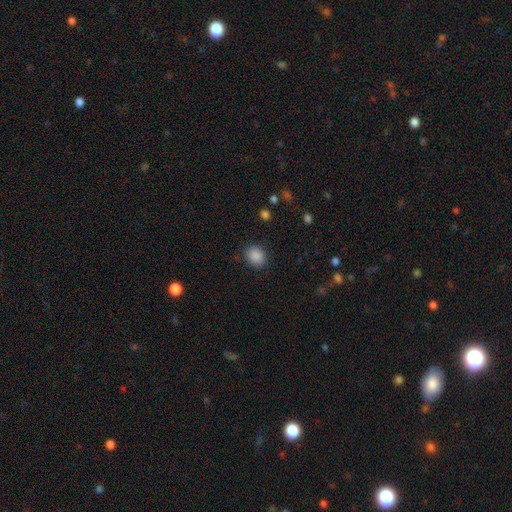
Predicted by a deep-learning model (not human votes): smooth_or_featured: smooth (p=0.88) [alt: star or artifact p=0.09]
how_rounded: round (p=0.70) [alt: in between p=0.30]
merging: none (p=0.86) [alt: minor disturbance p=0.10]